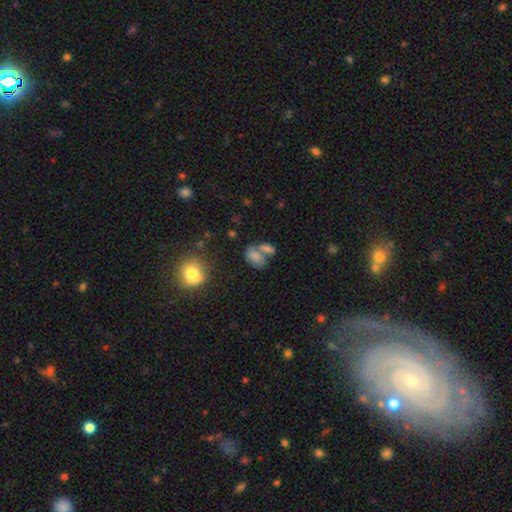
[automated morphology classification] A smooth galaxy with no disk features (72%) that is in between round and cigar-shaped (81%). Merging: merger (45%).